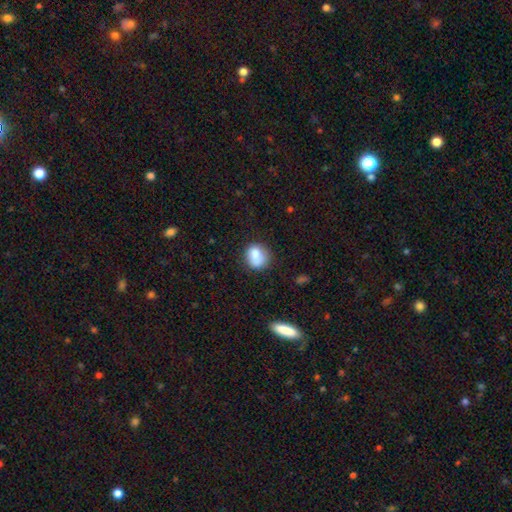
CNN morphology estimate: Overall: smooth (81%). How rounded: round (71%). Merging: none (64%).